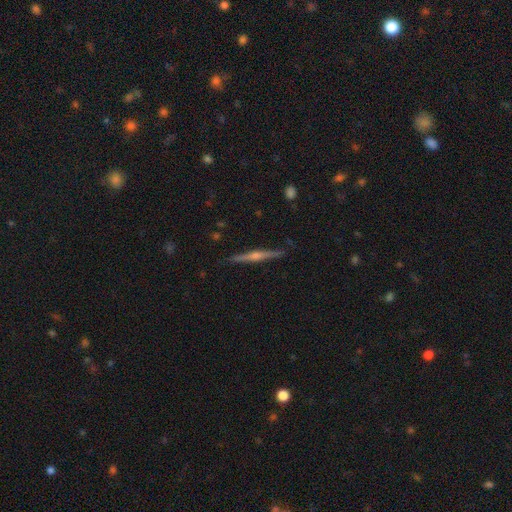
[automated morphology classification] featured or disk 75%, smooth 17%, star or artifact 8%. Down the decision tree: edge-on disk — yes (97%); edge-on bulge — rounded (84%); merging — none (89%).